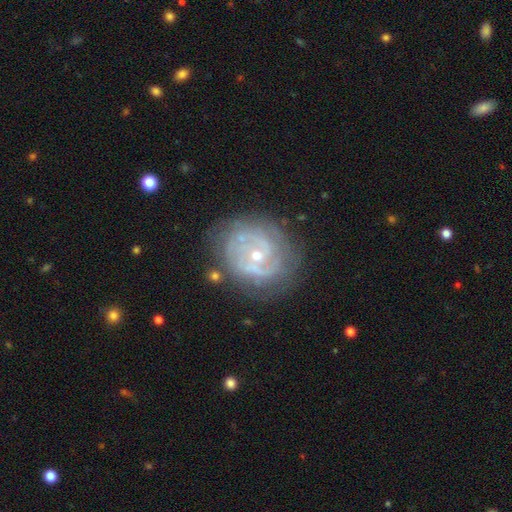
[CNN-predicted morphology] Q: Smooth or featured?
A: featured or disk (85%); runner-up: smooth (9%)
Q: Edge-on disk?
A: no (97%); runner-up: yes (3%)
Q: Bar?
A: no (65%); runner-up: weak (28%)
Q: Spiral arms?
A: yes (92%); runner-up: no (8%)
Q: Spiral winding?
A: tight (60%); runner-up: medium (32%)
Q: Spiral arm count?
A: 2 (42%); runner-up: can't tell (26%)
Q: Bulge size?
A: small (63%); runner-up: moderate (34%)
Q: Merging?
A: none (72%); runner-up: minor disturbance (18%)